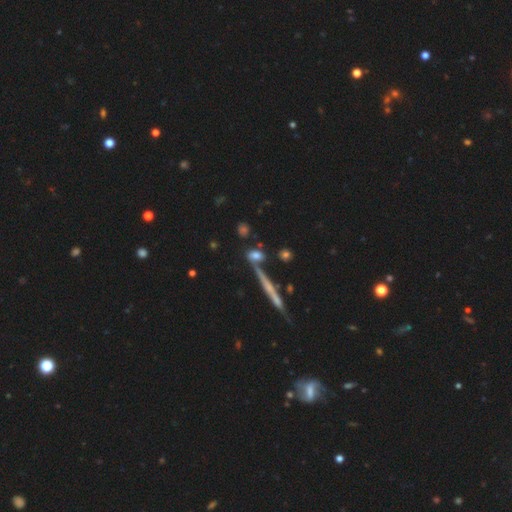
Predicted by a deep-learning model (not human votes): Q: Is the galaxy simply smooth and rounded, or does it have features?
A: smooth — 67%.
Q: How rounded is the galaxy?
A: in between — 58%.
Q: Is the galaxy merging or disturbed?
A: none — 63%.